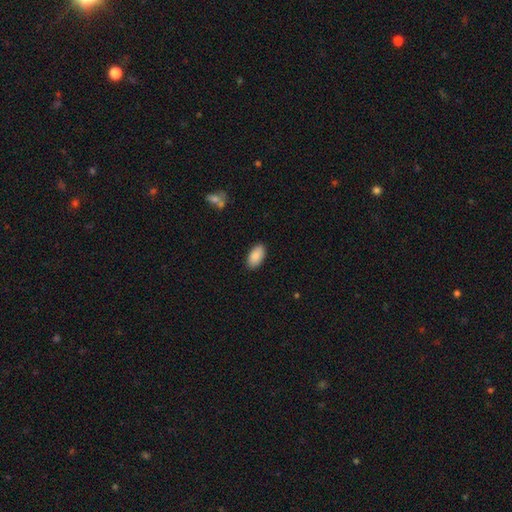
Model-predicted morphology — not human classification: Smooth or featured? Predicted: smooth (p=0.89). How rounded? Predicted: in between (p=0.95). Merging? Predicted: none (p=0.88).